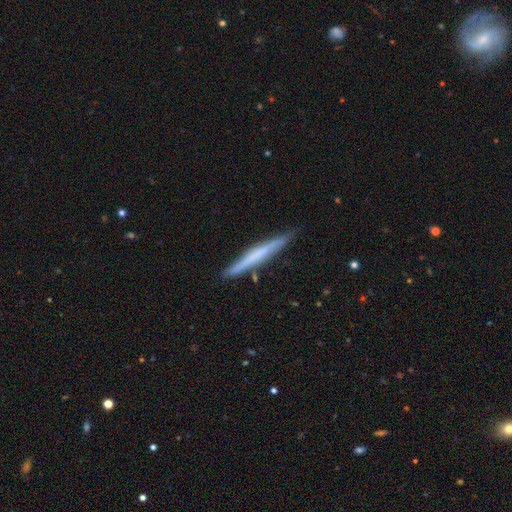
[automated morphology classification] Smooth or featured? Predicted: featured or disk (p=0.48). Merging? Predicted: none (p=0.85).